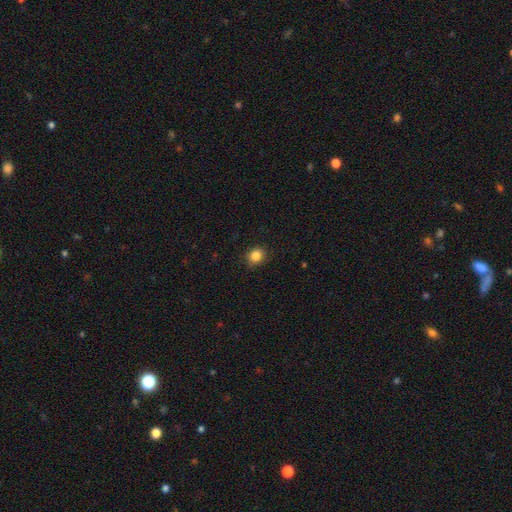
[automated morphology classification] The model was most divided on "how rounded": round: 81%, in between: 18%, cigar-shaped: 1%. More confident: smooth or featured — smooth (85%); merging — none (85%).